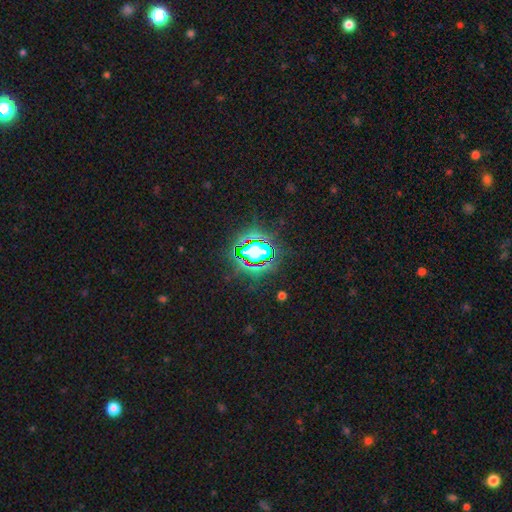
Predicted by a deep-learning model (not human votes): smooth-or-featured: star or artifact: 79% | smooth: 13% | featured or disk: 8%